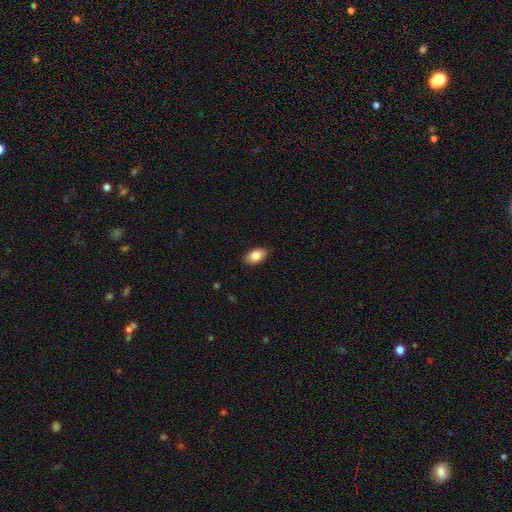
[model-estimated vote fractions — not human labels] smooth_or_featured: smooth (p=0.83) [alt: featured or disk p=0.10]
how_rounded: in between (p=0.93) [alt: round p=0.05]
merging: none (p=0.88) [alt: minor disturbance p=0.09]